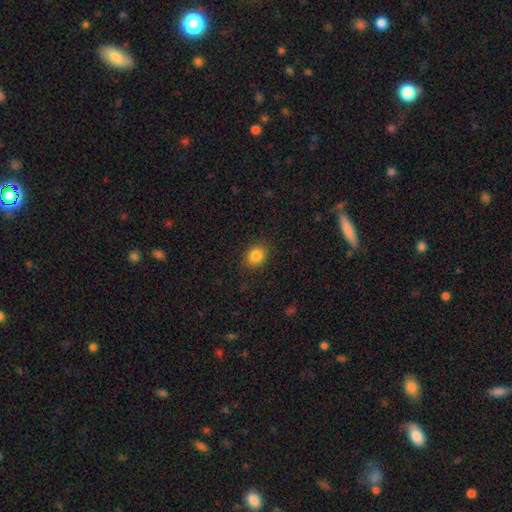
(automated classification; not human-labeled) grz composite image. It shows a smooth galaxy with no disk features (86%) that is round (60%). Merging: none (88%).